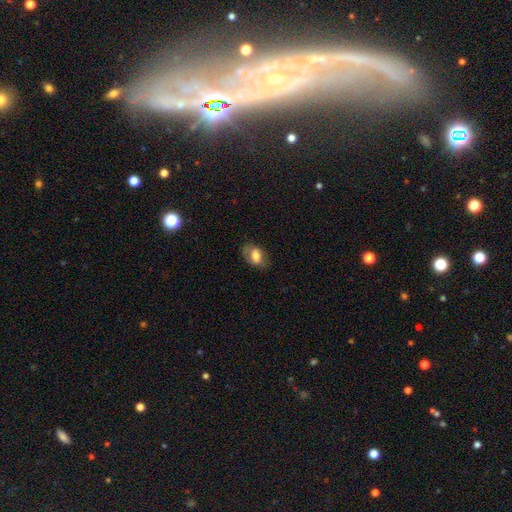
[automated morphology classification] A smooth galaxy with no disk features (70%) that is in between round and cigar-shaped (83%). Merging: none (68%).